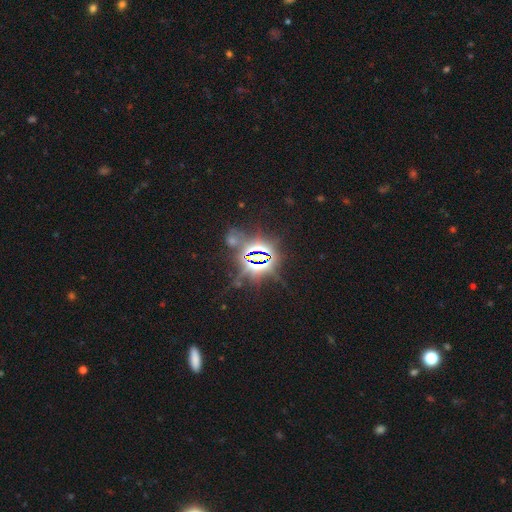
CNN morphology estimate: Q: Smooth or featured?
A: star or artifact (83%); runner-up: smooth (10%)